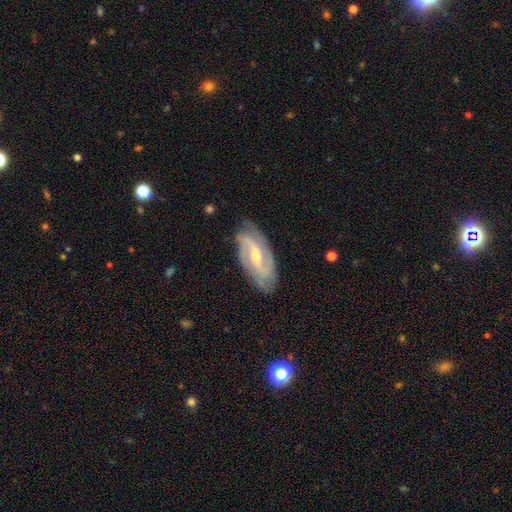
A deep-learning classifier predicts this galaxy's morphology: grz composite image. It shows a featured or disk galaxy (88%) with a weak bar (46%), 2 (80%) medium (46%) spiral arms (96%) and a small central bulge (53%). Merging: none (80%).